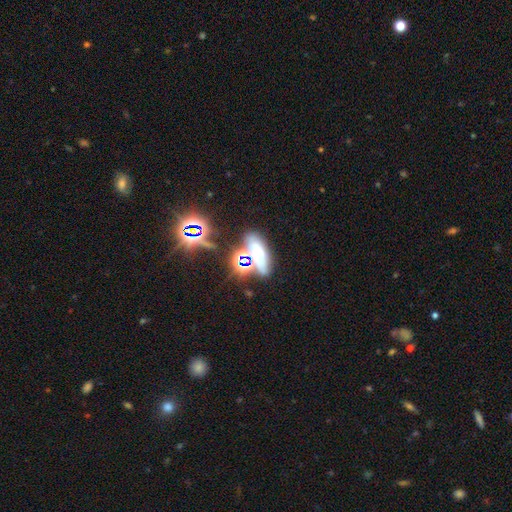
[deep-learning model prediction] smooth-or-featured: star or artifact: 41% | smooth: 40% | featured or disk: 19%